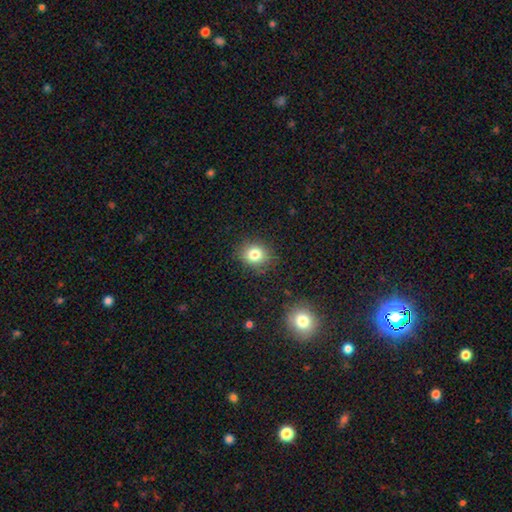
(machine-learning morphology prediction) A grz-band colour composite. It shows a smooth galaxy with no disk features (67%) that is round (78%). Merging: none (90%).